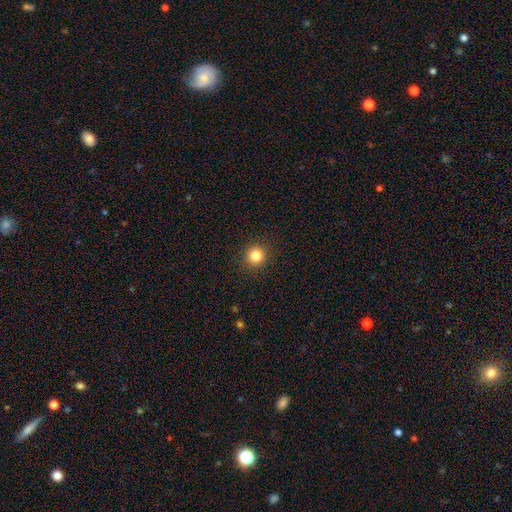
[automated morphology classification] Smooth or featured: smooth — 83% (star or artifact — 12%)
How rounded: round — 94% (in between — 5%)
Merging: none — 92% (minor disturbance — 5%)